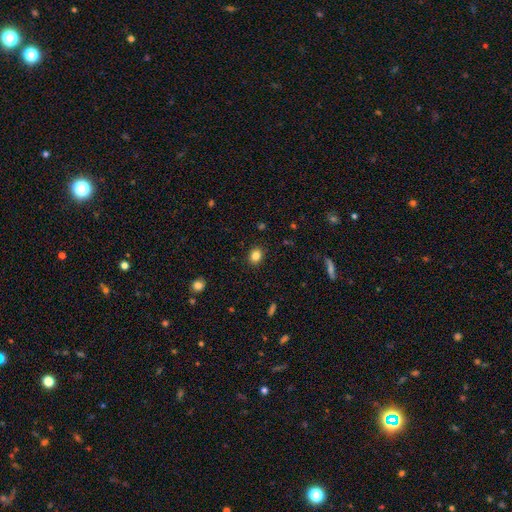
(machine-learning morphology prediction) The model was most divided on "how rounded": in between: 50%, round: 49%, cigar-shaped: 1%. More confident: merging — none (89%); smooth or featured — smooth (84%).